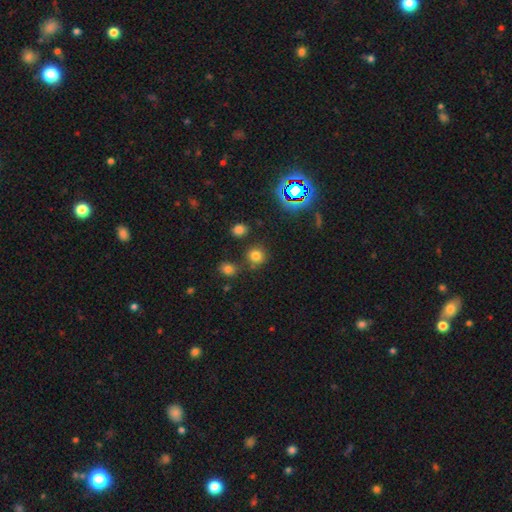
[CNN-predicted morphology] Overall: smooth (74%). How rounded: round (87%). Merging: none (77%).